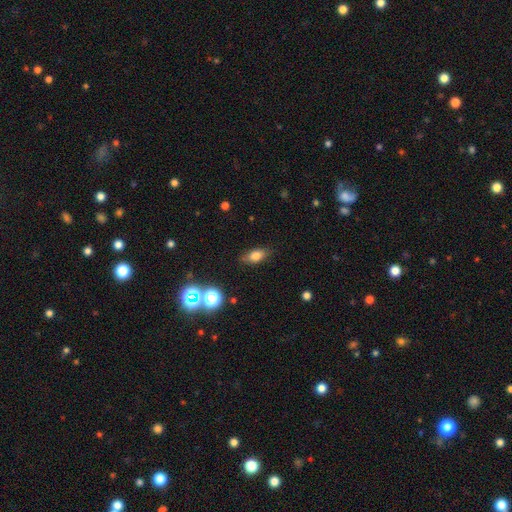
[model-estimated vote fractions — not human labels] Smooth or featured: smooth — 74% (featured or disk — 14%)
How rounded: in between — 81% (round — 11%)
Merging: none — 81% (minor disturbance — 14%)